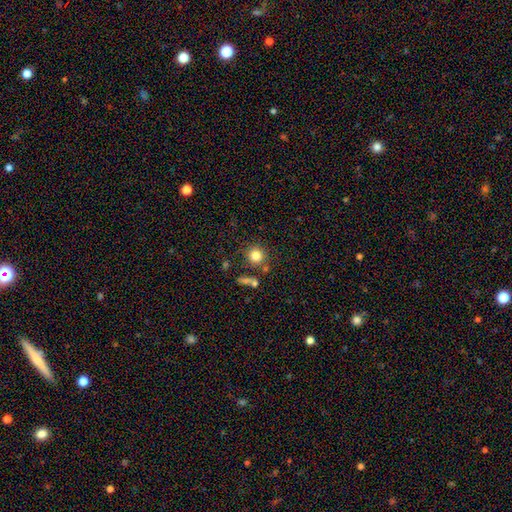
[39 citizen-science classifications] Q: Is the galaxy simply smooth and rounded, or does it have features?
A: smooth — 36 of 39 (92%).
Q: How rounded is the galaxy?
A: round — 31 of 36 (86%).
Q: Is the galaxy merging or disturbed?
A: none — 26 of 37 (70%).